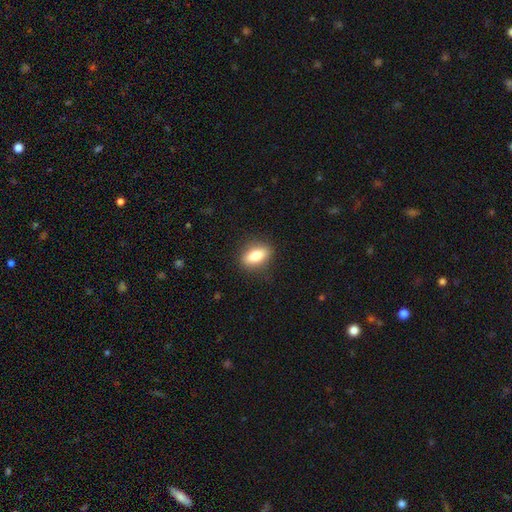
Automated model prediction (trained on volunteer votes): A smooth galaxy with no disk features (77%) that is in between round and cigar-shaped (80%). Merging: none (86%).